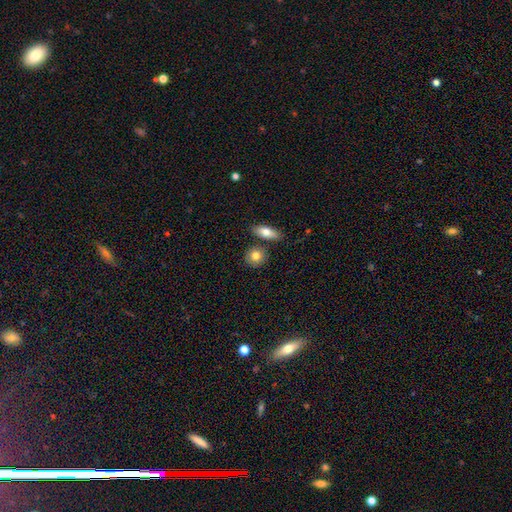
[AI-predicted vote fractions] Smooth or featured: smooth — 80% (featured or disk — 13%)
How rounded: round — 72% (in between — 25%)
Merging: none — 76% (merger — 13%)